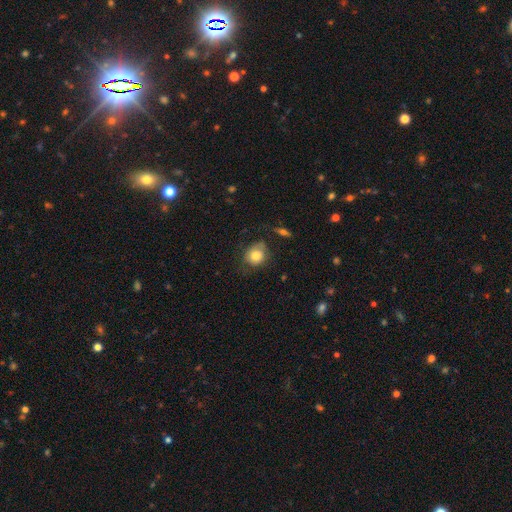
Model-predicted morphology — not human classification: This is likely a smooth galaxy (79%). How rounded: likely round (66%). Merging: possibly none (58%).